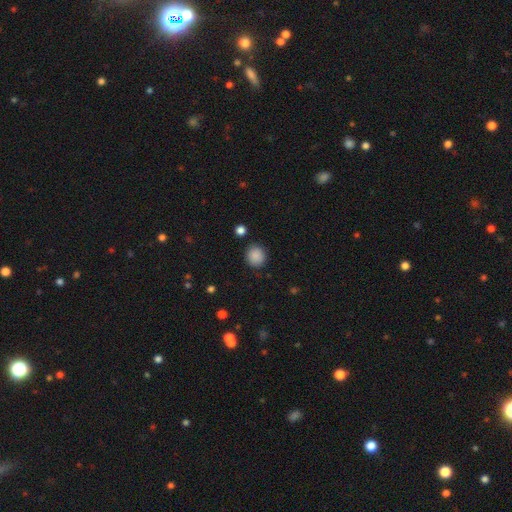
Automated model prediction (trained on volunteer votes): Smooth or featured: smooth — 88% (star or artifact — 9%)
How rounded: round — 86% (in between — 13%)
Merging: none — 88% (minor disturbance — 8%)